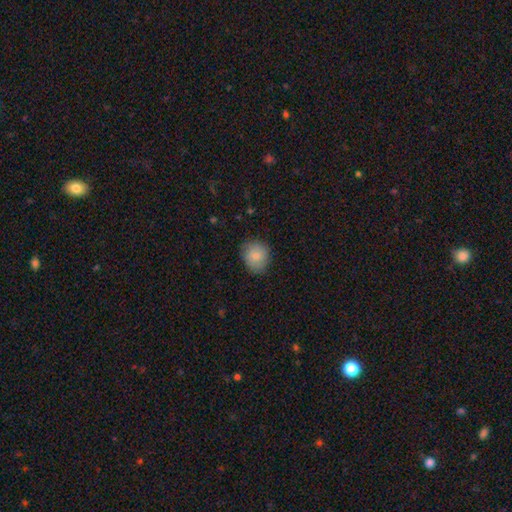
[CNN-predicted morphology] Smooth or featured?
  - smooth: 81% *
  - featured or disk: 12%
  - star or artifact: 7%
How rounded?
  - round: 74% *
  - in between: 25%
  - cigar-shaped: 1%
Merging?
  - none: 79% *
  - minor disturbance: 17%
  - major disturbance: 3%
  - merger: 1%